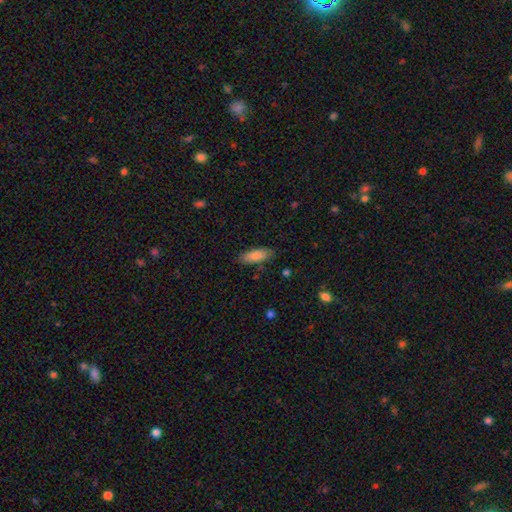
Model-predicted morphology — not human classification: This is clearly a smooth galaxy (83%). How rounded: likely in between (74%). Merging: clearly none (83%).